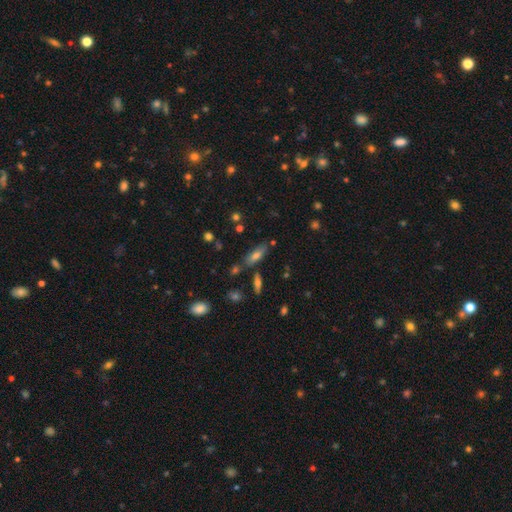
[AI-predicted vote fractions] A smooth galaxy with no disk features (65%) that is in between round and cigar-shaped (65%). Merging: none (73%).